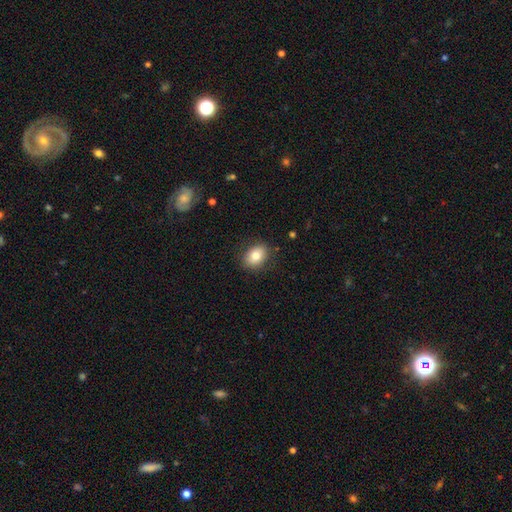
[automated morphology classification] A smooth galaxy with no disk features (80%) that is in between round and cigar-shaped (68%). Merging: none (86%).